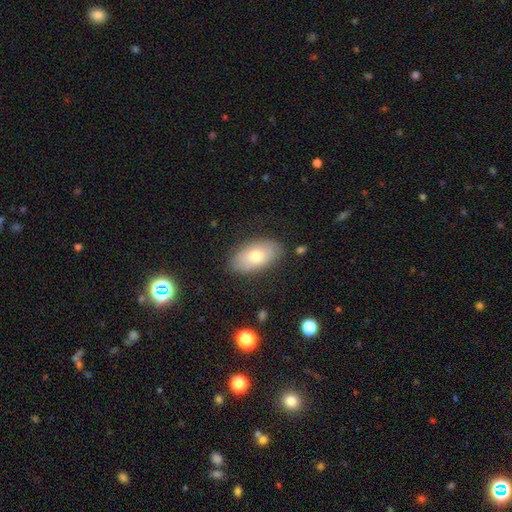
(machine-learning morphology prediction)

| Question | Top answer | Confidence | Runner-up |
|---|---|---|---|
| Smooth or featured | smooth | 66% | featured or disk (27%) |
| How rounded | in between | 93% | round (5%) |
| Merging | none | 82% | minor disturbance (13%) |